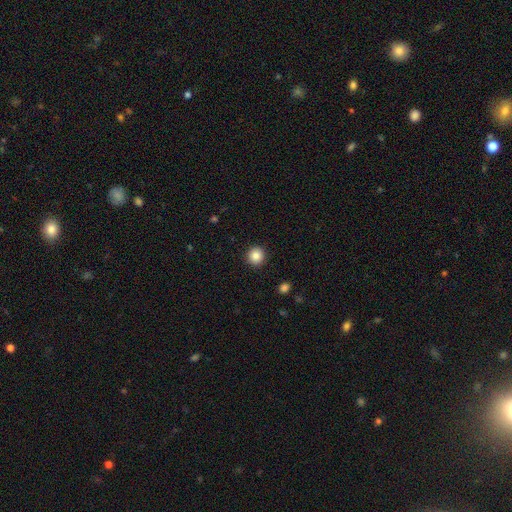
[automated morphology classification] Smooth or featured? smooth (86%)
How rounded? round (94%)
Merging? none (93%)